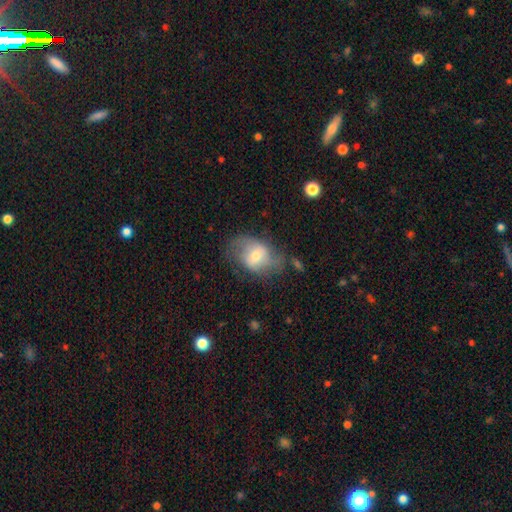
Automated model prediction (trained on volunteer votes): Smooth or featured?
  - featured or disk: 48% *
  - smooth: 44%
  - star or artifact: 8%
Merging?
  - none: 52% *
  - minor disturbance: 28%
  - major disturbance: 17%
  - merger: 3%